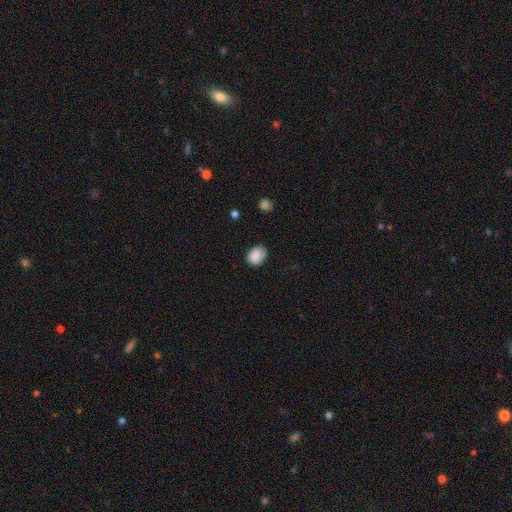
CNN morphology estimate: A smooth galaxy with no disk features (87%) that is in between round and cigar-shaped (57%). Merging: none (74%).